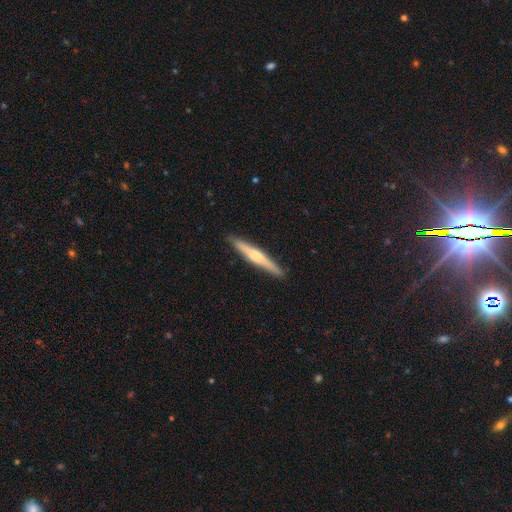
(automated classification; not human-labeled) Smooth or featured?
  - featured or disk: 57% *
  - smooth: 38%
  - star or artifact: 6%
Edge-on disk?
  - yes: 97% *
  - no: 3%
Edge-on bulge?
  - rounded: 64% *
  - boxy: 19%
  - none: 17%
Merging?
  - none: 90% *
  - minor disturbance: 7%
  - major disturbance: 1%
  - merger: 1%